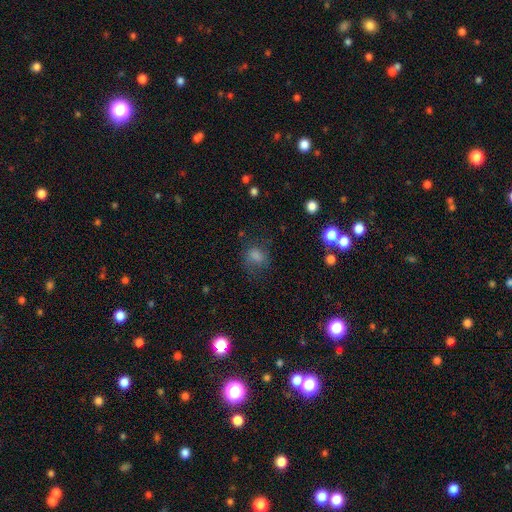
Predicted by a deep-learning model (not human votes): smooth-or-featured: smooth: 69% | star or artifact: 19% | featured or disk: 13%
  how-rounded: in between: 50% | round: 48% | cigar-shaped: 2%
  merging: none: 62% | minor disturbance: 21% | major disturbance: 14% | merger: 2%